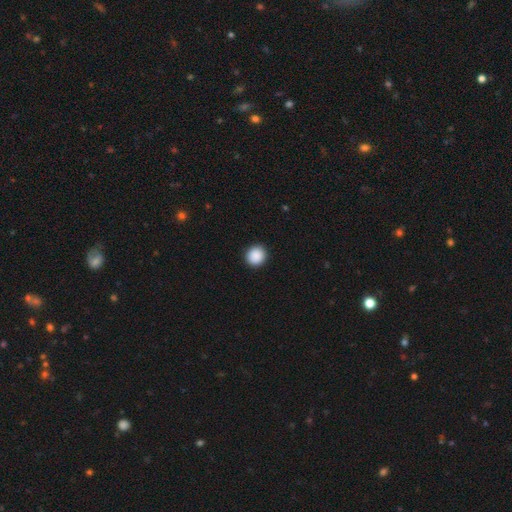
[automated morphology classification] Q: Smooth or featured?
A: smooth (90%); runner-up: star or artifact (8%)
Q: How rounded?
A: round (92%); runner-up: in between (7%)
Q: Merging?
A: none (93%); runner-up: minor disturbance (5%)